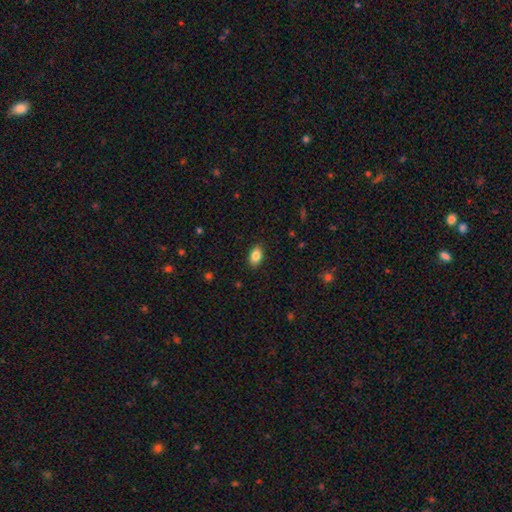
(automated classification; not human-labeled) Overall: smooth (86%). How rounded: in between (91%). Merging: none (88%).